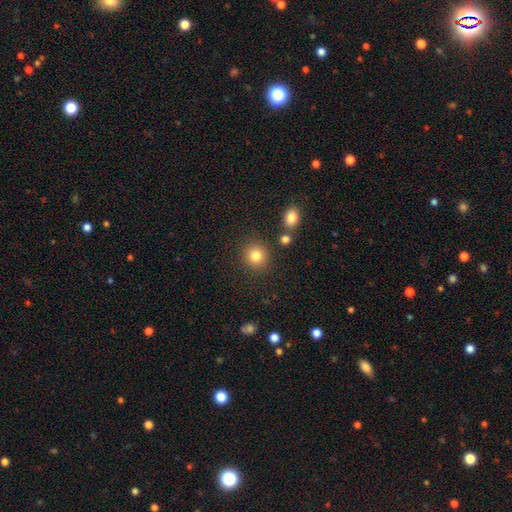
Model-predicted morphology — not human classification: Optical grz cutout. It shows a smooth galaxy with no disk features (82%) that is round (89%). Merging: none (86%).